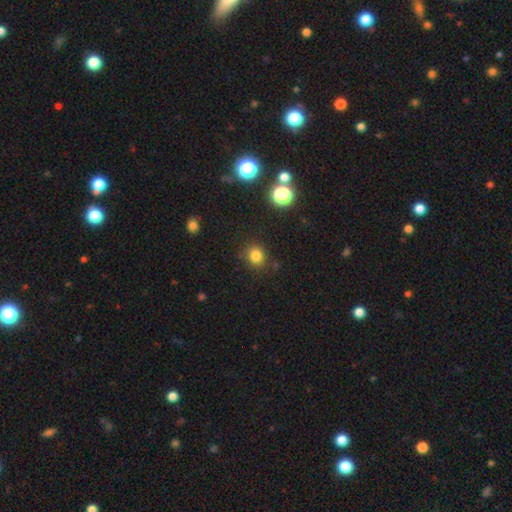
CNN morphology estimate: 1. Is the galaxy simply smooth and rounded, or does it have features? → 80% smooth, 15% star or artifact, 5% featured or disk.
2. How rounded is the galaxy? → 86% round, 13% in between, 1% cigar-shaped.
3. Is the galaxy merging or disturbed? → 84% none, 10% minor disturbance, 3% major disturbance, 2% merger.